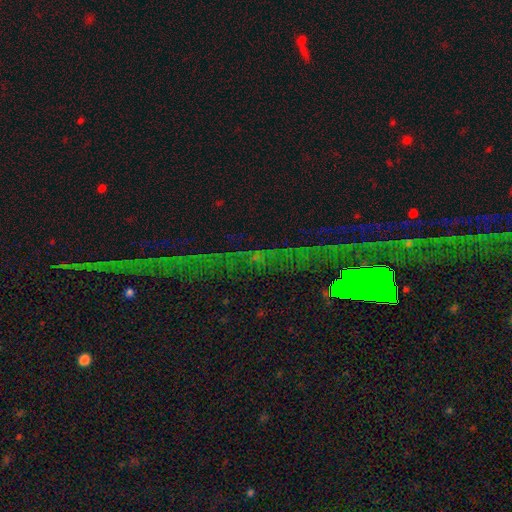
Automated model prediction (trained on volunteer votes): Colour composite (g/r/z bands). It shows a star or artifact, not a galaxy (76%).